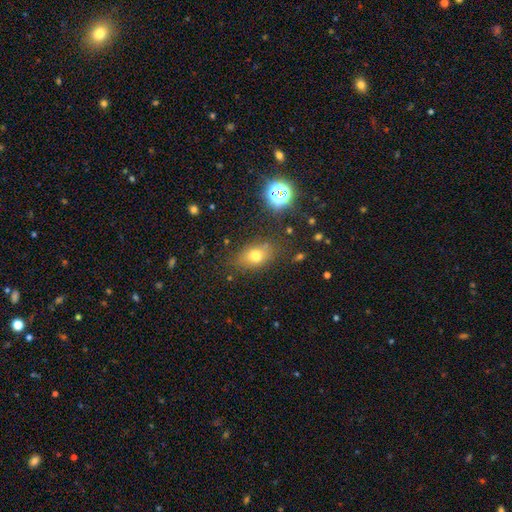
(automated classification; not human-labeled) smooth_or_featured: smooth (p=0.71) [alt: star or artifact p=0.16]
how_rounded: in between (p=0.75) [alt: round p=0.22]
merging: none (p=0.74) [alt: minor disturbance p=0.16]